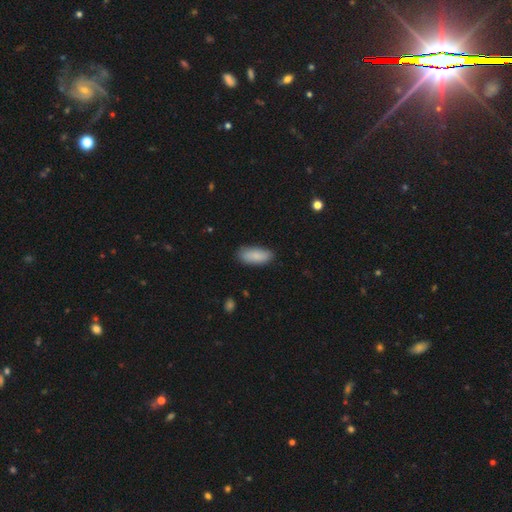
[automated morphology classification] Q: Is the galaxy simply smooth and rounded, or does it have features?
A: smooth — 86%.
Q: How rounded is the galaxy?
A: in between — 81%.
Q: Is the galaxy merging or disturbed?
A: none — 82%.